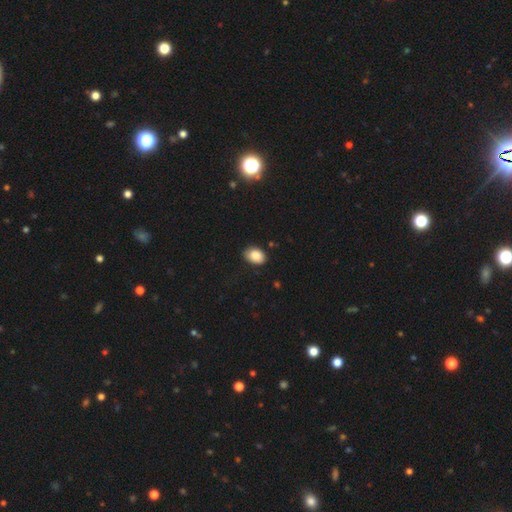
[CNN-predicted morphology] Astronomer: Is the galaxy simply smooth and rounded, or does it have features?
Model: smooth — 86%.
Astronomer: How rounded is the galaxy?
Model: in between — 81%.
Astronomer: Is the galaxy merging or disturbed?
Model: none — 81%.